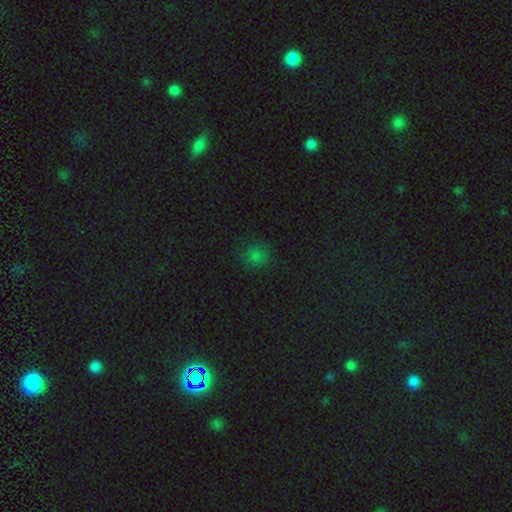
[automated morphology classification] Smooth or featured?
  - smooth: 71% *
  - star or artifact: 22%
  - featured or disk: 7%
How rounded?
  - round: 86% *
  - in between: 13%
  - cigar-shaped: 1%
Merging?
  - none: 81% *
  - minor disturbance: 13%
  - major disturbance: 5%
  - merger: 1%